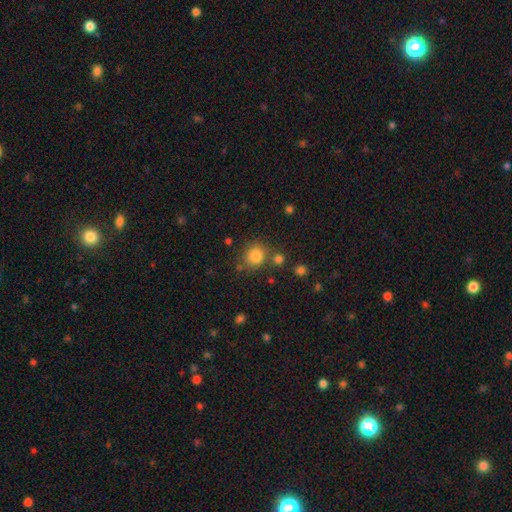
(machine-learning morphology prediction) Q: Smooth or featured?
A: smooth (82%); runner-up: star or artifact (12%)
Q: How rounded?
A: round (85%); runner-up: in between (14%)
Q: Merging?
A: none (74%); runner-up: minor disturbance (11%)